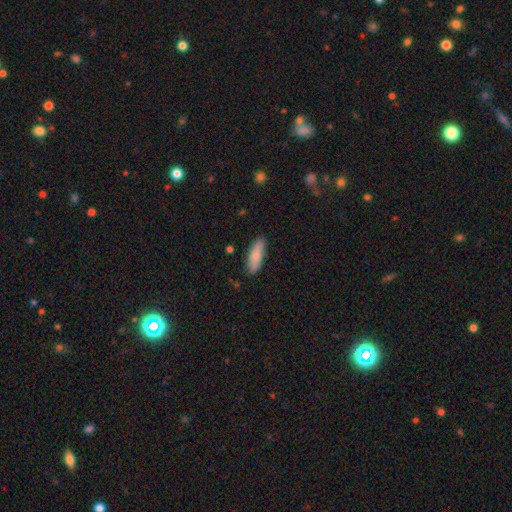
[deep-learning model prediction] smooth_or_featured: smooth (p=0.84) [alt: featured or disk p=0.10]
how_rounded: in between (p=0.53) [alt: cigar-shaped p=0.45]
merging: none (p=0.84) [alt: minor disturbance p=0.12]